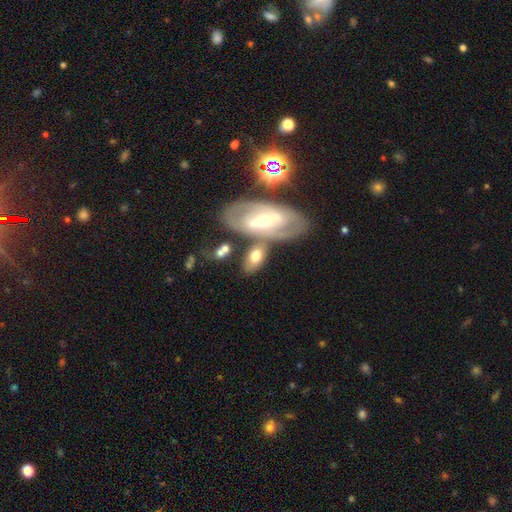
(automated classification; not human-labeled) Overall: smooth (55%; featured or disk 39%). How rounded: in between (88%). Merging: none (47%; merger 30%).